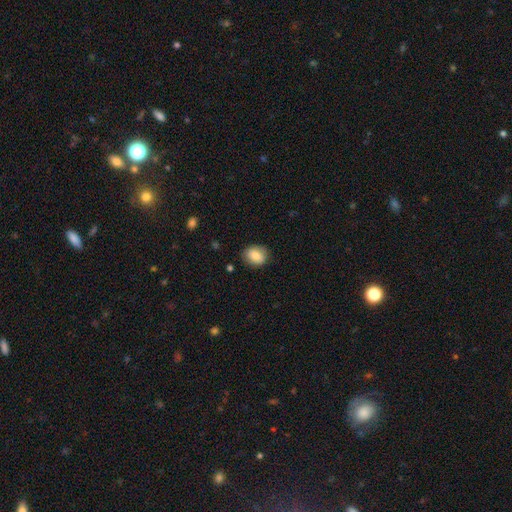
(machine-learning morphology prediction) smooth-or-featured: smooth: 83% | featured or disk: 9% | star or artifact: 8%
  how-rounded: round: 53% | in between: 46% | cigar-shaped: 1%
  merging: none: 83% | minor disturbance: 13% | major disturbance: 3% | merger: 1%